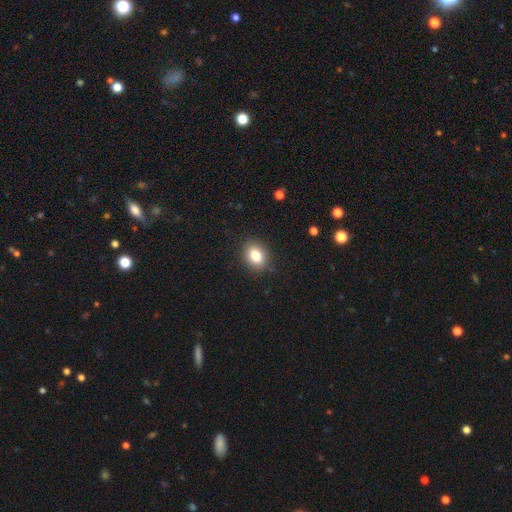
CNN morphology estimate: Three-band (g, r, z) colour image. It shows a smooth galaxy with no disk features (82%) that is in between round and cigar-shaped (60%). Merging: none (89%).